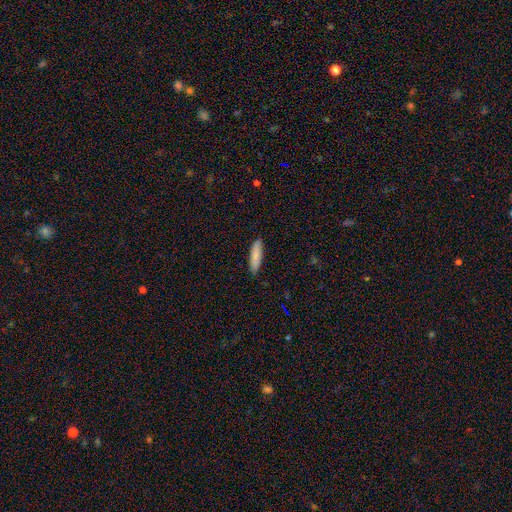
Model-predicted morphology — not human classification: Smooth or featured? smooth (85%)
How rounded? cigar-shaped (69%)
Merging? none (88%)